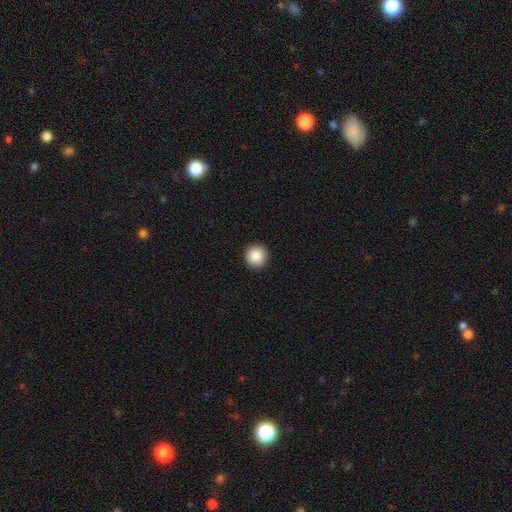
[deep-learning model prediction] Overall: smooth (87%). How rounded: round (95%). Merging: none (93%).